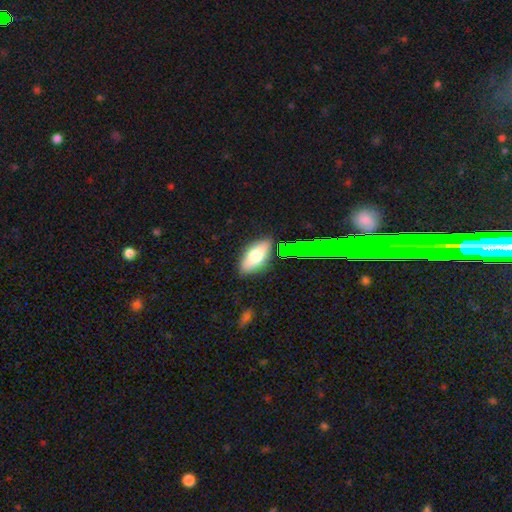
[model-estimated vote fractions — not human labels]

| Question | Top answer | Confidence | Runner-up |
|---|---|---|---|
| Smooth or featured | smooth | 65% | featured or disk (25%) |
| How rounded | in between | 84% | cigar-shaped (13%) |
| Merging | none | 83% | minor disturbance (12%) |